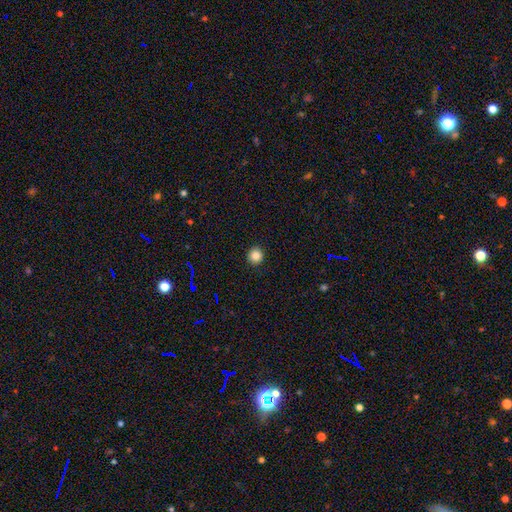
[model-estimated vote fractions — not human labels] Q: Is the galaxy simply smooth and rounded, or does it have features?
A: smooth — 84%.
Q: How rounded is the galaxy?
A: round — 94%.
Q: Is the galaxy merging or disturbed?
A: none — 93%.